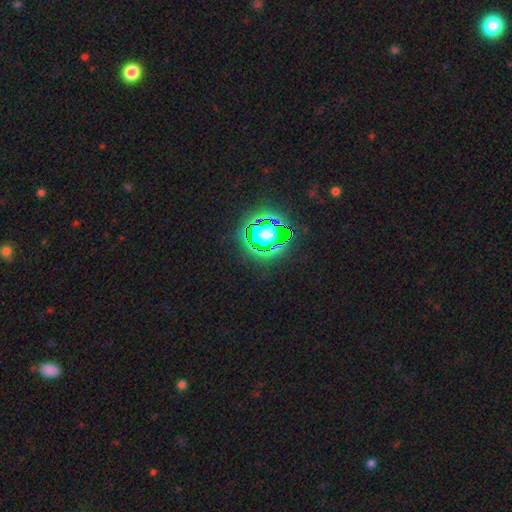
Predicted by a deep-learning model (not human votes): A star or artifact, not a galaxy (83%).

Vote fractions:
- Smooth or featured? star or artifact: 83% / smooth: 11% / featured or disk: 6%